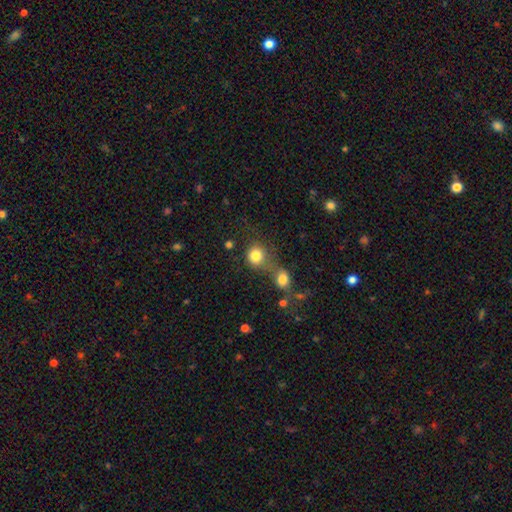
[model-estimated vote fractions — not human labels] smooth_or_featured: smooth (p=0.82) [alt: star or artifact p=0.10]
how_rounded: round (p=0.86) [alt: in between p=0.13]
merging: merger (p=0.45) [alt: none p=0.39]